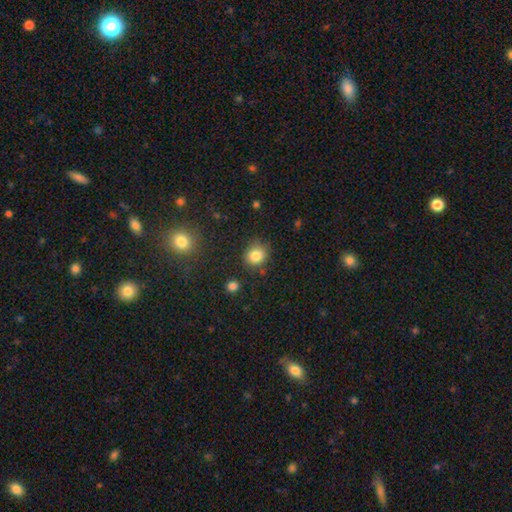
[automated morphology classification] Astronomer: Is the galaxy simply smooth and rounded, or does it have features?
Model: smooth — 83%.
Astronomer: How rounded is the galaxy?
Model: round — 81%.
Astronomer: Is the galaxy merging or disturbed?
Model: none — 81%.